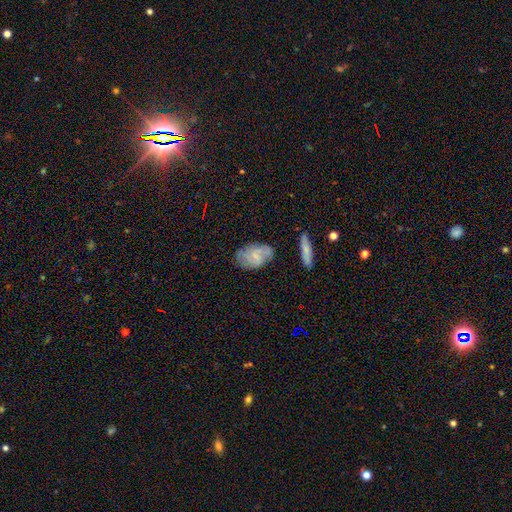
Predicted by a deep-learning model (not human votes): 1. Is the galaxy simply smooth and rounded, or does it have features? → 50% featured or disk, 43% smooth, 8% star or artifact.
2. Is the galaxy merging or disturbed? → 69% none, 21% minor disturbance, 6% major disturbance, 4% merger.